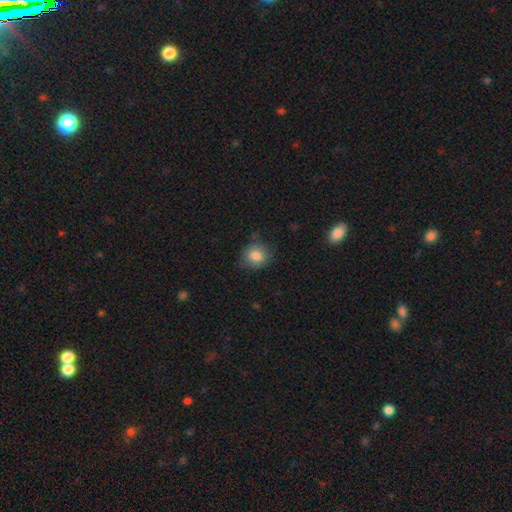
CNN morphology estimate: Smooth or featured: smooth — 84% (star or artifact — 9%)
How rounded: round — 76% (in between — 23%)
Merging: none — 74% (minor disturbance — 20%)